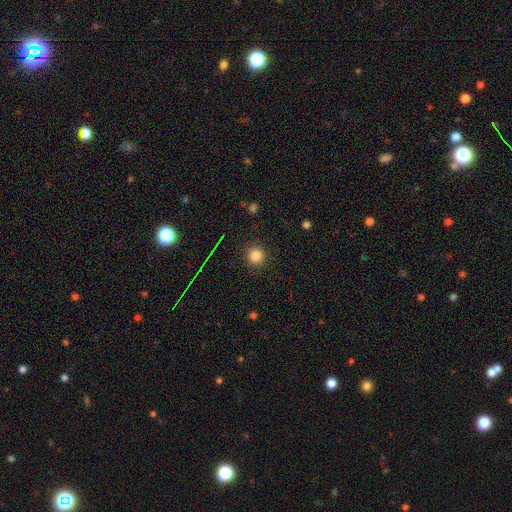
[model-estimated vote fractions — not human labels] smooth-or-featured: smooth: 82% | star or artifact: 13% | featured or disk: 5%
  how-rounded: round: 92% | in between: 7% | cigar-shaped: 1%
  merging: none: 90% | minor disturbance: 7% | major disturbance: 3% | merger: 1%